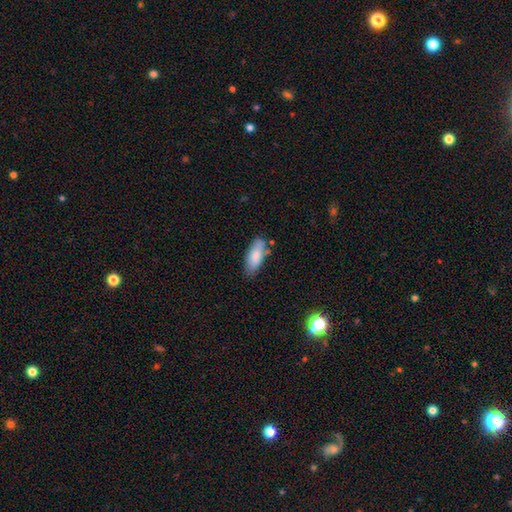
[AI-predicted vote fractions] Smooth or featured?
  - smooth: 83% *
  - featured or disk: 11%
  - star or artifact: 6%
How rounded?
  - in between: 80% *
  - cigar-shaped: 19%
  - round: 2%
Merging?
  - none: 67% *
  - minor disturbance: 22%
  - merger: 6%
  - major disturbance: 4%